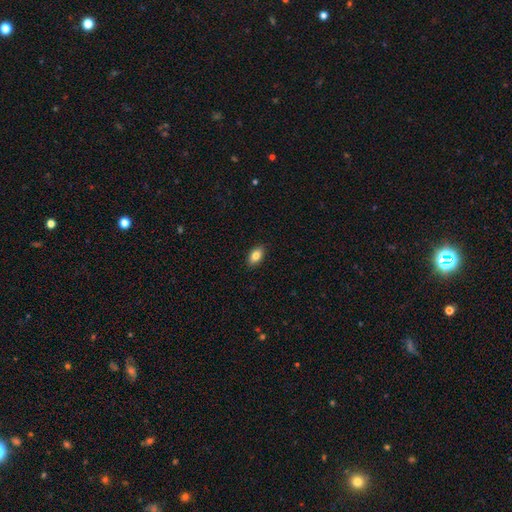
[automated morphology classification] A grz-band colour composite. It shows a smooth galaxy with no disk features (84%) that is in between round and cigar-shaped (91%). Merging: none (89%).